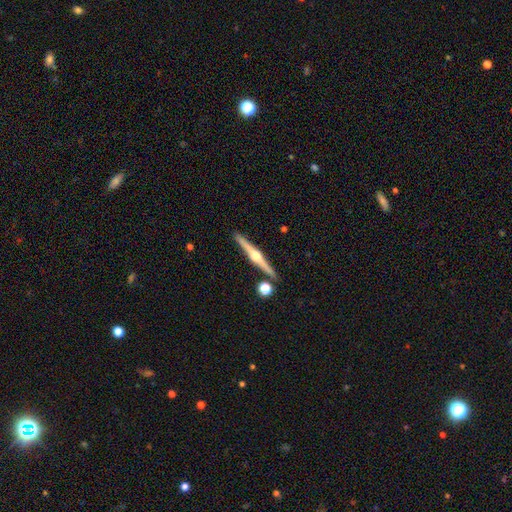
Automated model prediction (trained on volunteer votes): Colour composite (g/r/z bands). It shows a featured or disk galaxy (82%) viewed edge-on (98%) with a rounded central bulge (95%). Merging: none (89%).